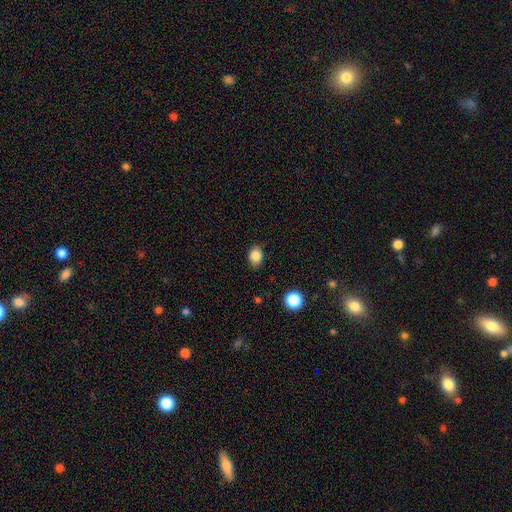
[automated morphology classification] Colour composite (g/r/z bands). It shows a smooth galaxy with no disk features (85%) that is in between round and cigar-shaped (64%). Merging: none (84%).